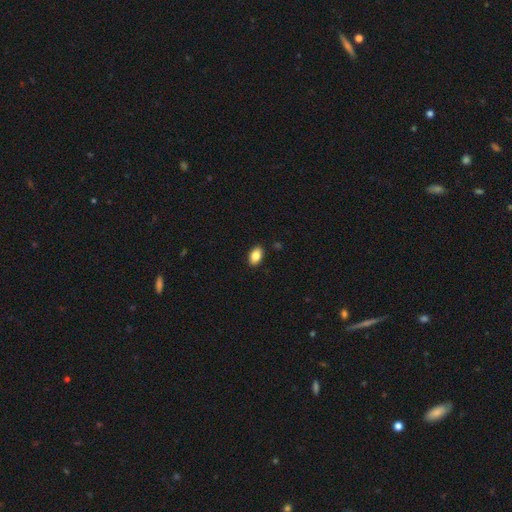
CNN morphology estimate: type=smooth (87%); roundness=in between (92%); merging=none (89%).